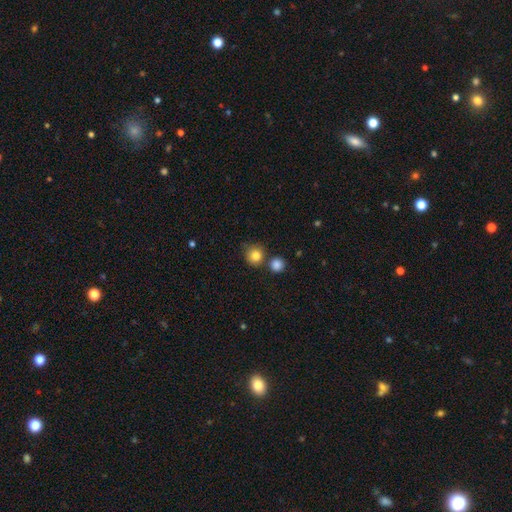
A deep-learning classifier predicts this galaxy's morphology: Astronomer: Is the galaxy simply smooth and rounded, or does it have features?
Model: smooth — 83%.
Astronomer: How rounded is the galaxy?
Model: round — 90%.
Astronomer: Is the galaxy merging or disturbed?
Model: none — 70%.